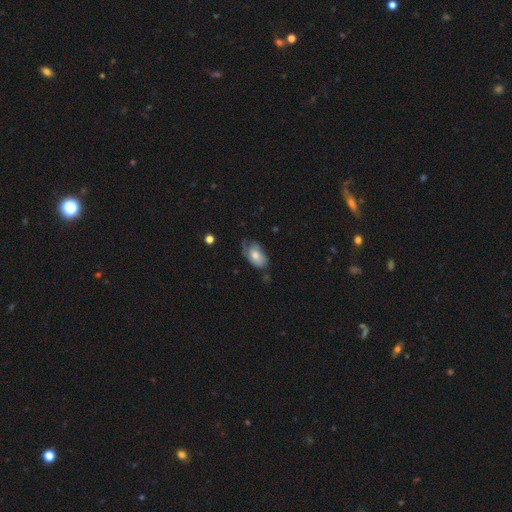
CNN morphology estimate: Smooth or featured?
  - smooth: 56% *
  - featured or disk: 37%
  - star or artifact: 7%
How rounded?
  - in between: 91% *
  - round: 6%
  - cigar-shaped: 2%
Merging?
  - none: 44% *
  - minor disturbance: 34%
  - major disturbance: 19%
  - merger: 3%